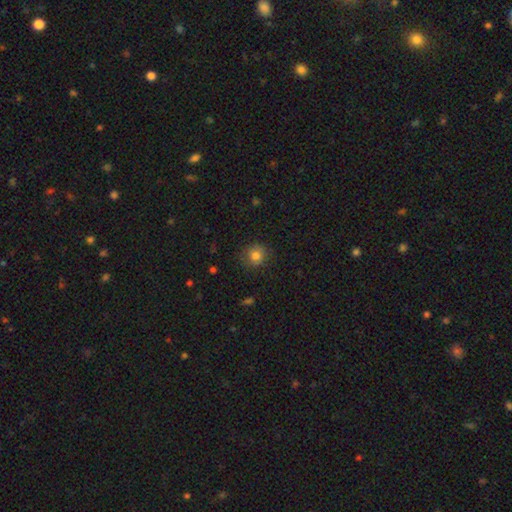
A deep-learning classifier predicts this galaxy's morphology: This appears to be a smooth galaxy with no disk features (81%) that is round (85%). Merging: none (82%).